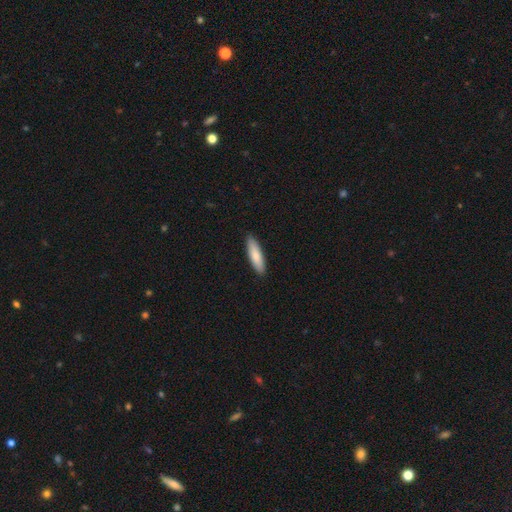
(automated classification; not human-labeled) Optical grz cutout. It shows a smooth galaxy with no disk features (82%) that is cigar-shaped (67%). Merging: none (90%).